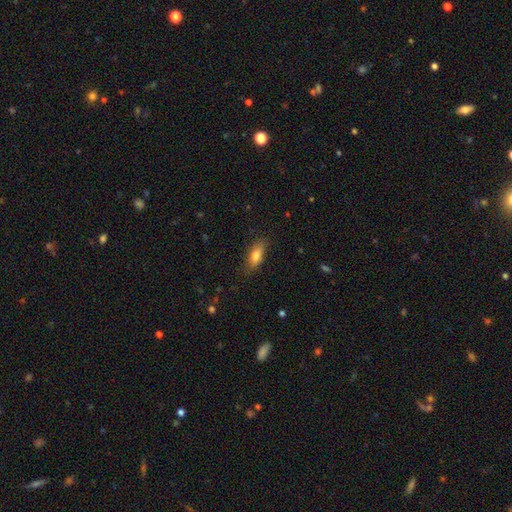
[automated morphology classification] This appears to be a smooth galaxy with no disk features (77%) that is in between round and cigar-shaped (74%). Merging: none (79%).